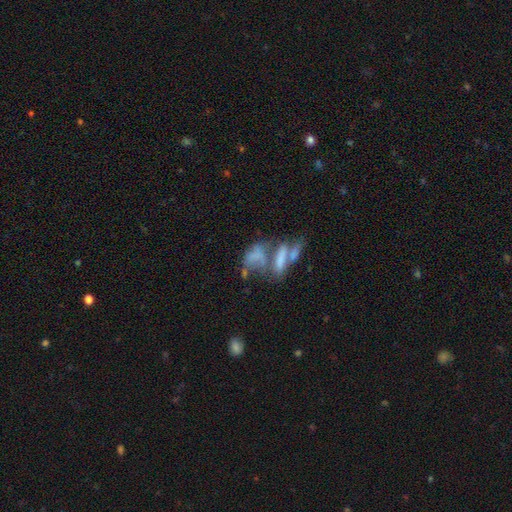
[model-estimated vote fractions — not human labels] This is possibly a smooth galaxy (55%). How rounded: likely in between (68%). Merging: possibly merger (58%).